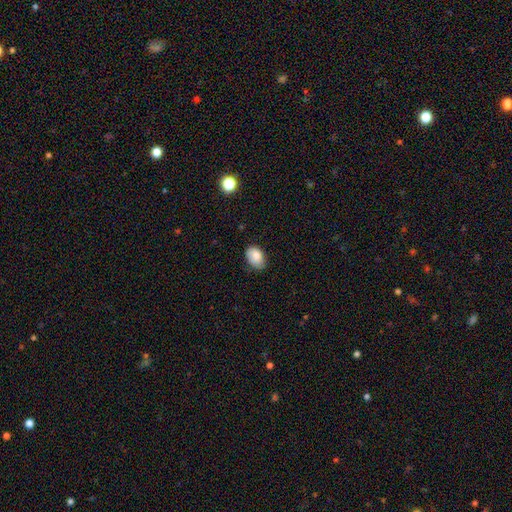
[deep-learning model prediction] The model was most divided on "merging": none: 72%, minor disturbance: 23%, major disturbance: 4%, merger: 1%. More confident: how rounded — in between (85%); smooth or featured — smooth (80%).